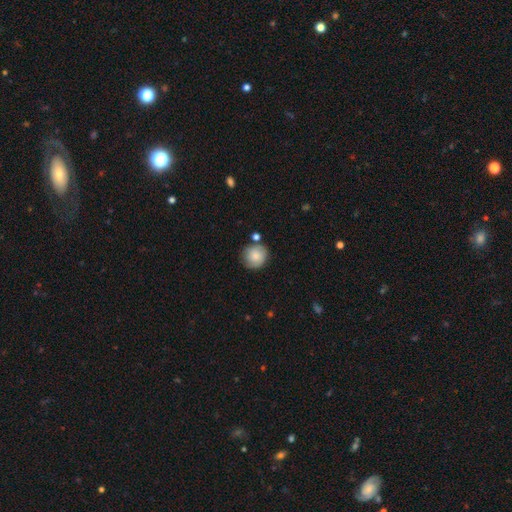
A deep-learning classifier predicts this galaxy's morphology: type=smooth (75%); roundness=round (88%); merging=none (72%).